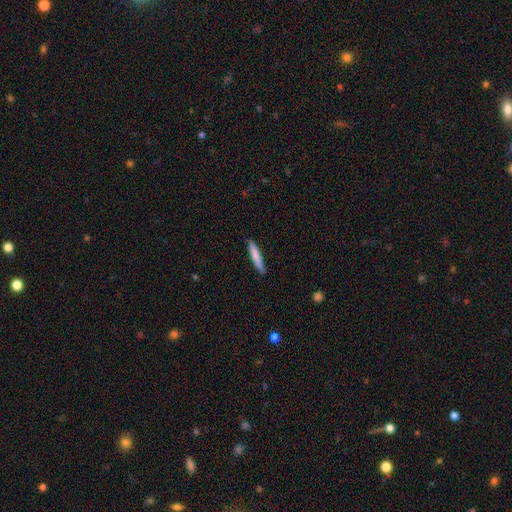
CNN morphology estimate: Overall: smooth (76%). How rounded: cigar-shaped (94%). Merging: none (89%).